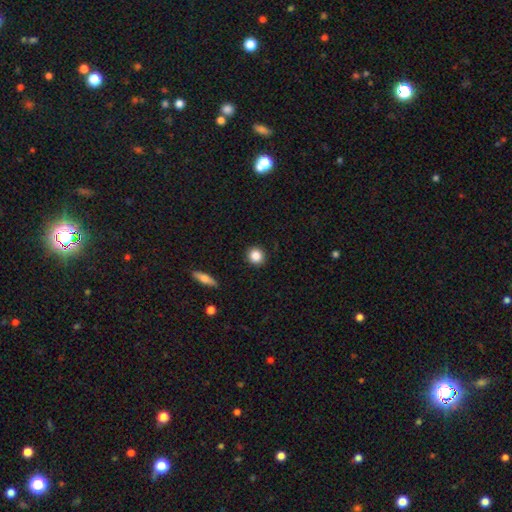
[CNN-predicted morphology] Q: Smooth or featured?
A: smooth (85%); runner-up: star or artifact (9%)
Q: How rounded?
A: round (91%); runner-up: in between (8%)
Q: Merging?
A: none (92%); runner-up: minor disturbance (5%)